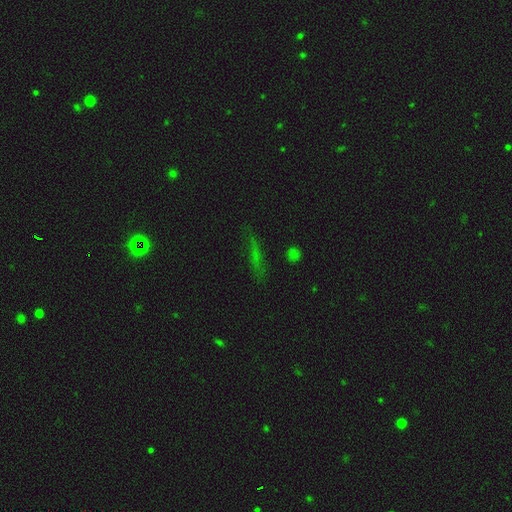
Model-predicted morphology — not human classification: A smooth galaxy with no disk features (38%, tied with star or artifact).

Vote fractions:
- Smooth or featured? smooth: 38% (tied) / star or artifact: 38% (tied) / featured or disk: 24%
- Merging? none: 75% / minor disturbance: 14% / major disturbance: 7% / merger: 4%